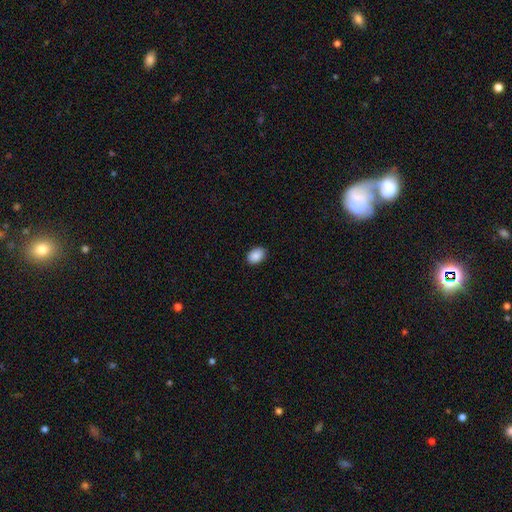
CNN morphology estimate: Smooth or featured? smooth (90%)
How rounded? in between (81%)
Merging? none (89%)